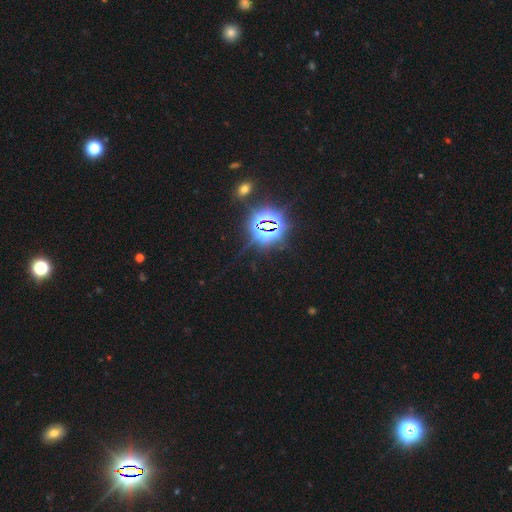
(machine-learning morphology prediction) Smooth or featured?
  - star or artifact: 80% *
  - smooth: 13%
  - featured or disk: 6%